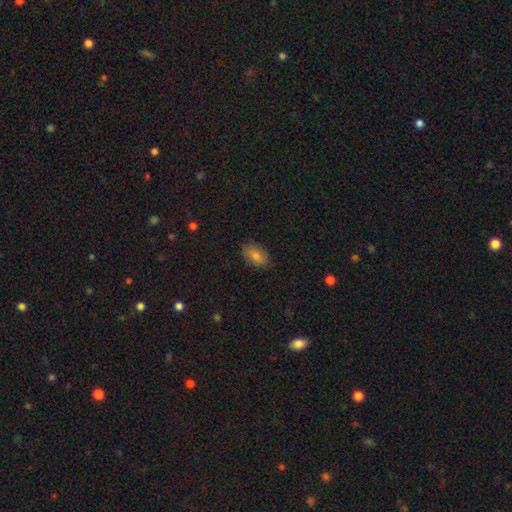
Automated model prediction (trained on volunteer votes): The model was most divided on "smooth or featured": smooth: 76%, featured or disk: 12%, star or artifact: 12%. More confident: how rounded — in between (90%); merging — none (85%).